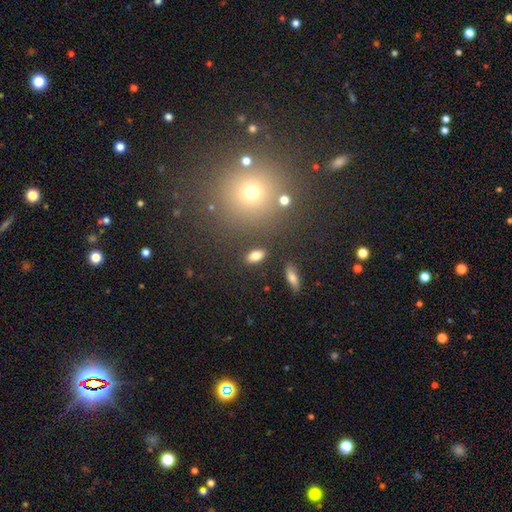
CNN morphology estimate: type=smooth (81%); roundness=in between (87%); merging=none (84%).